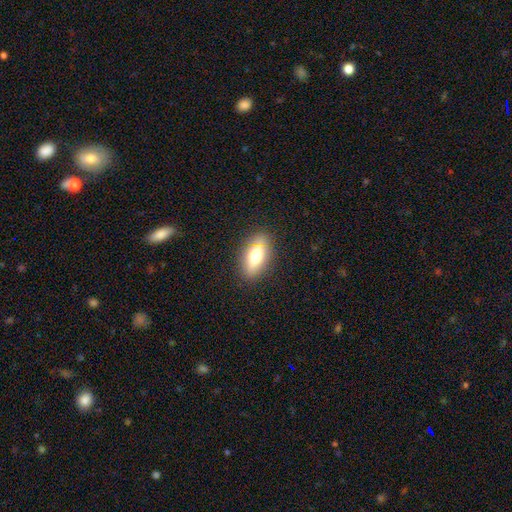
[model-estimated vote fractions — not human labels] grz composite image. It shows a smooth galaxy with no disk features (65%) that is in between round and cigar-shaped (79%). Merging: none (83%).